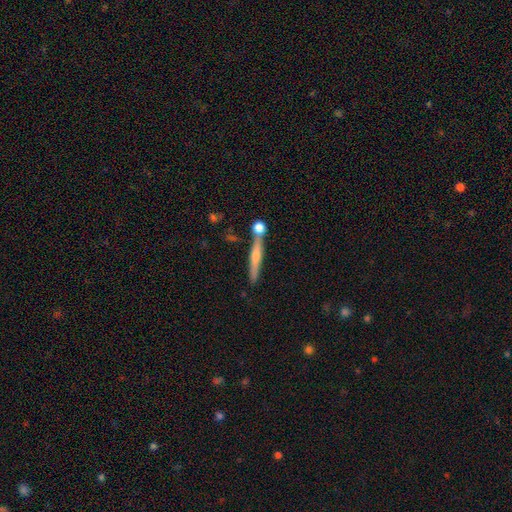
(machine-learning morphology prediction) Smooth or featured: featured or disk — 64% (smooth — 28%)
Edge-on disk: yes — 96% (no — 4%)
Edge-on bulge: rounded — 79% (none — 15%)
Merging: none — 77% (merger — 11%)